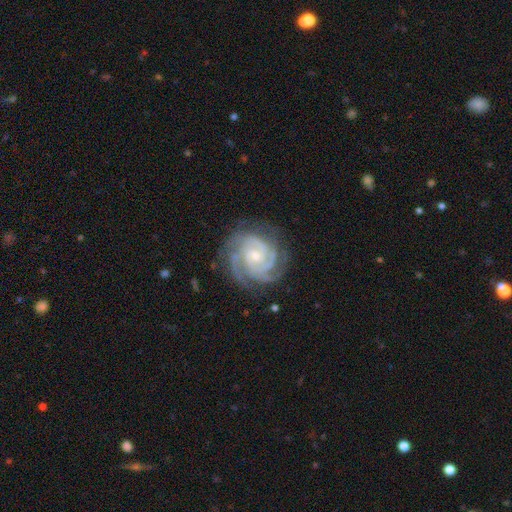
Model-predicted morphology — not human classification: featured or disk 92%, star or artifact 5%, smooth 4%. Down the decision tree: edge-on disk — no (98%); bar — no (67%); spiral arms — yes (99%); spiral arm count — 3 (38%); spiral winding — tight (76%); bulge size — small (66%); merging — none (79%).